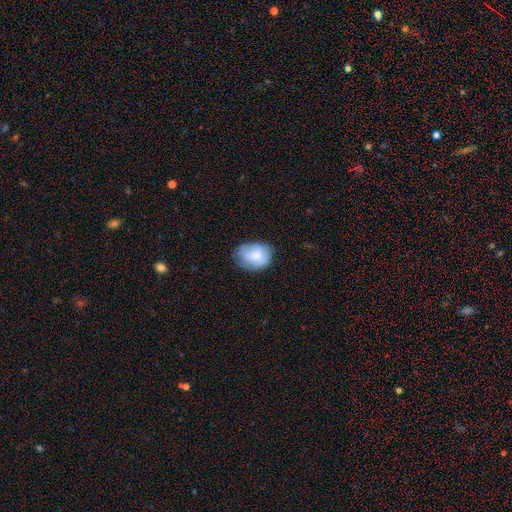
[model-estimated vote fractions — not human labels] smooth 78%, featured or disk 15%, star or artifact 7%. Down the decision tree: how rounded — in between (68%); merging — none (66%).